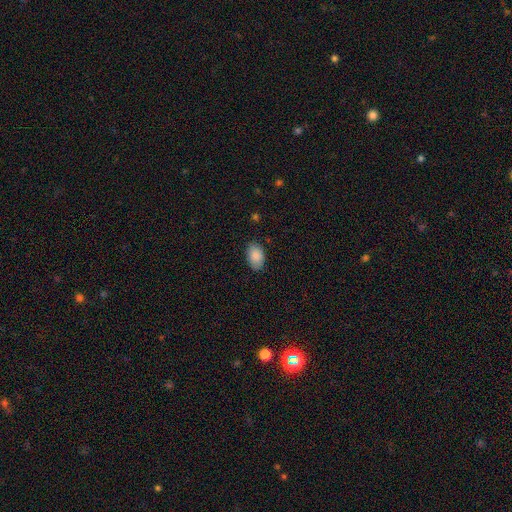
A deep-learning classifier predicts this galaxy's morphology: type=smooth (88%); roundness=in between (91%); merging=none (83%).